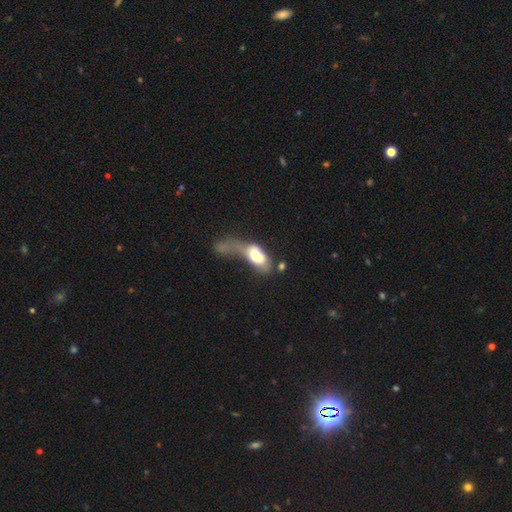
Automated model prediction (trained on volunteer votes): smooth-or-featured: smooth: 66% | featured or disk: 25% | star or artifact: 8%
  how-rounded: in between: 85% | cigar-shaped: 9% | round: 6%
  merging: major disturbance: 55% | merger: 22% | minor disturbance: 14% | none: 9%